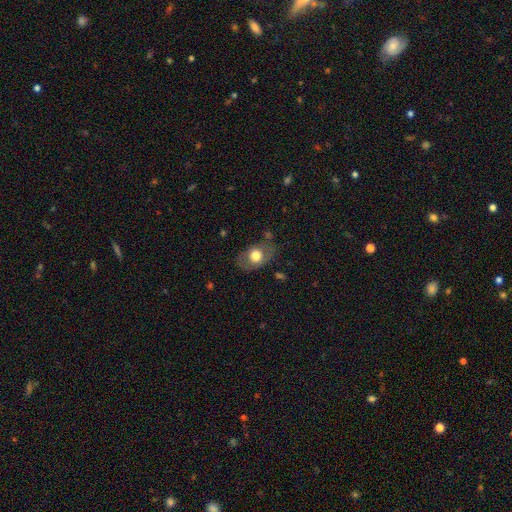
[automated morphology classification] Smooth or featured? Predicted: smooth (p=0.66). How rounded? Predicted: in between (p=0.72). Merging? Predicted: none (p=0.69).